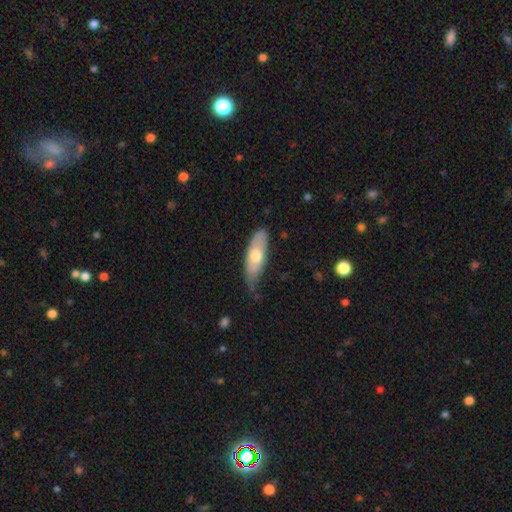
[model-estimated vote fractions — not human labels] The model was most divided on "how rounded": in between: 57%, cigar-shaped: 41%, round: 2%. More confident: merging — none (60%); smooth or featured — smooth (60%).